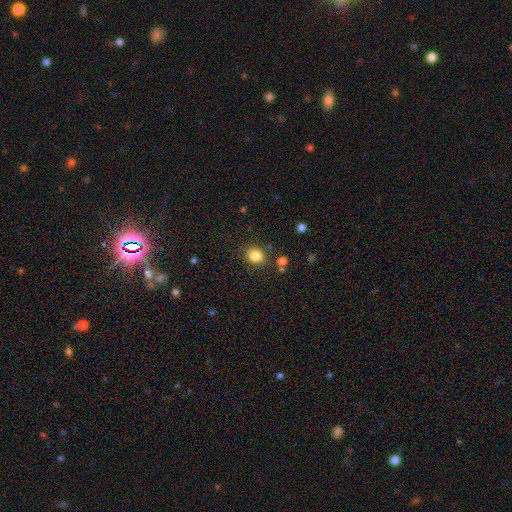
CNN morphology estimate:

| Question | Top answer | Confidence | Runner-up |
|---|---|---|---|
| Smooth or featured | smooth | 84% | star or artifact (11%) |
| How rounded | round | 67% | in between (33%) |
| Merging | none | 79% | minor disturbance (12%) |